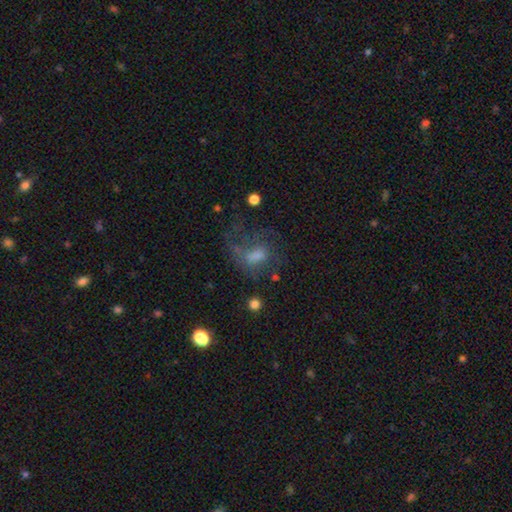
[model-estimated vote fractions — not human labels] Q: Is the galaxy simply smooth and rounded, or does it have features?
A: featured or disk — 47%.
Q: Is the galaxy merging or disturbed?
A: major disturbance — 43%.